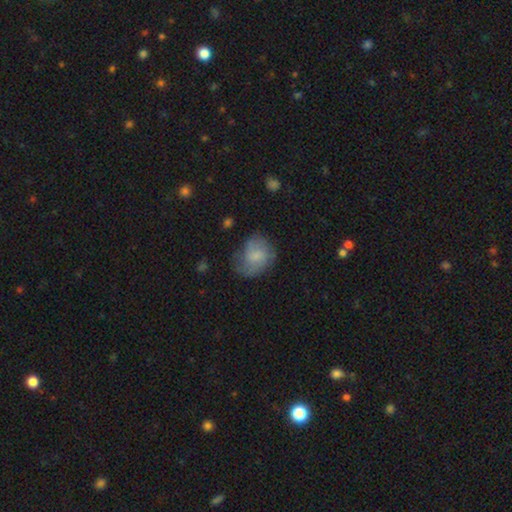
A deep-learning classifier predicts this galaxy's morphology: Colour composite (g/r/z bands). It shows a smooth galaxy with no disk features (63%) that is round (51%). Merging: none (55%).